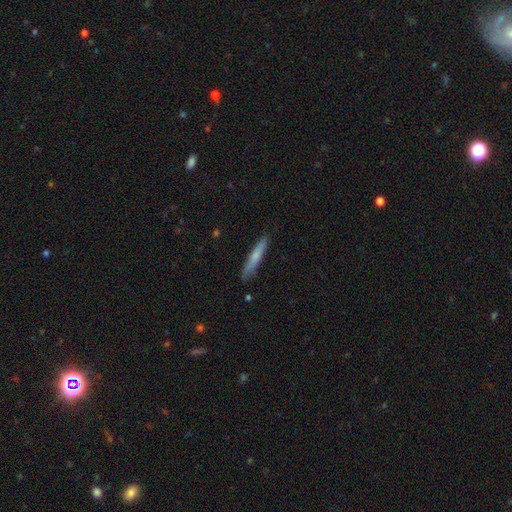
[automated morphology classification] smooth-or-featured: smooth: 66% | featured or disk: 28% | star or artifact: 6%
  how-rounded: cigar-shaped: 94% | in between: 4% | round: 1%
  merging: none: 87% | minor disturbance: 10% | major disturbance: 2% | merger: 1%